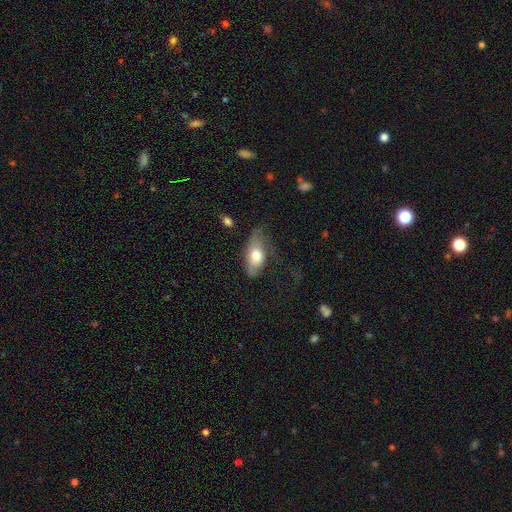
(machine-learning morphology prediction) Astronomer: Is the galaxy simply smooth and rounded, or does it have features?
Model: smooth — 64%.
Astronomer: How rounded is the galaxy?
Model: in between — 88%.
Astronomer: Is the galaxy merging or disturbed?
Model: none — 35% (runner-up: minor disturbance, 32%).